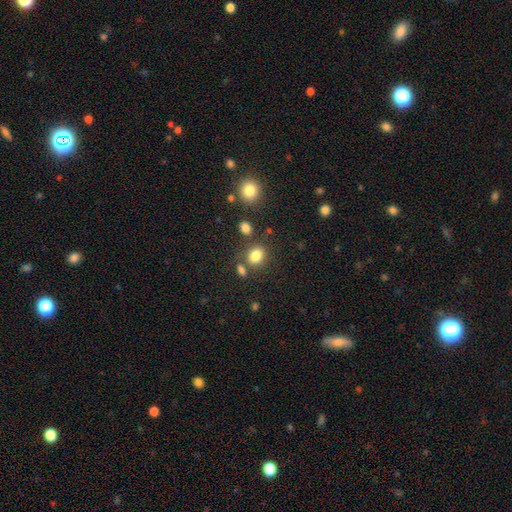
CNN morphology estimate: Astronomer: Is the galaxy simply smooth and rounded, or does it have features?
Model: smooth — 82%.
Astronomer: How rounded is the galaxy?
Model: round — 53% (runner-up: in between, 46%).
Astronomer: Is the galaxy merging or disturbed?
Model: none — 69%.